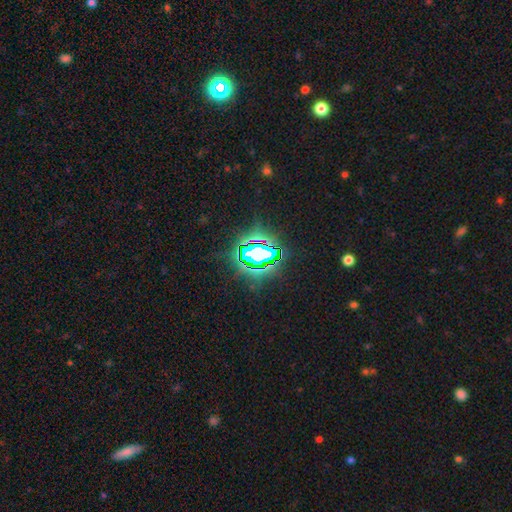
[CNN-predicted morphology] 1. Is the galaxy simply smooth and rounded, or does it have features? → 81% star or artifact, 12% smooth, 7% featured or disk.